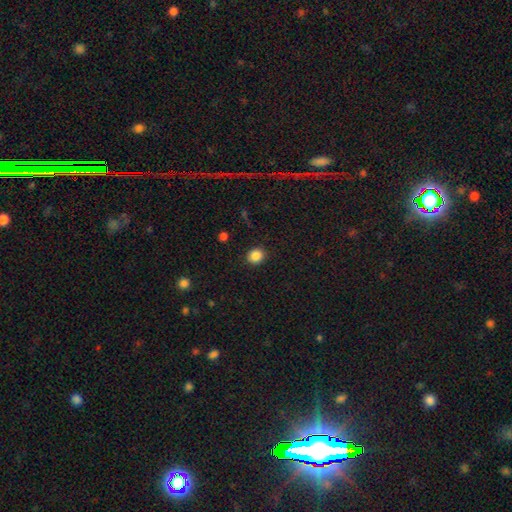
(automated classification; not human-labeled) Smooth or featured? Predicted: smooth (p=0.87). How rounded? Predicted: round (p=0.83). Merging? Predicted: none (p=0.90).